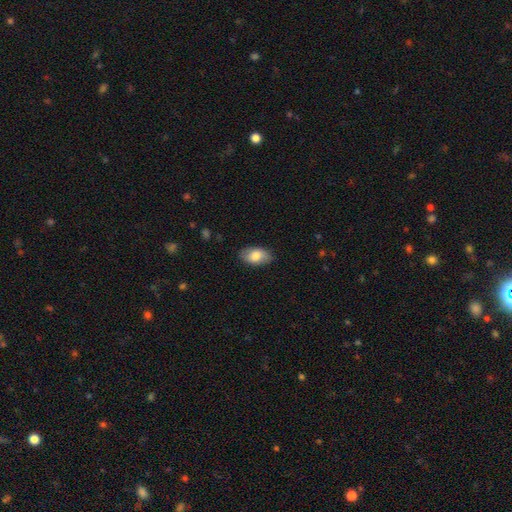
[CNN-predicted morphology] Smooth or featured: smooth — 80% (featured or disk — 14%)
How rounded: in between — 93% (round — 6%)
Merging: none — 84% (minor disturbance — 12%)